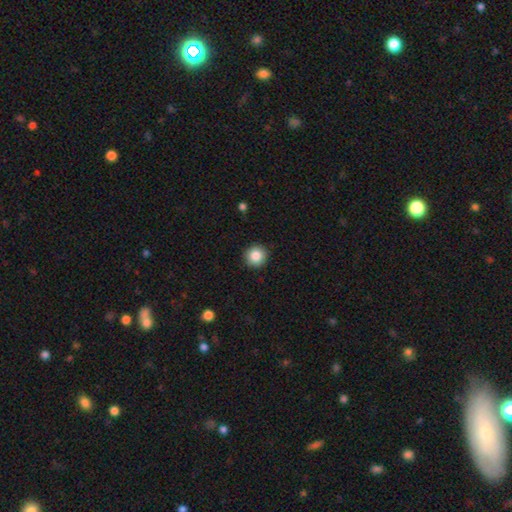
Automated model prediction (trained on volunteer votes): Smooth or featured?
  - smooth: 86% *
  - star or artifact: 9%
  - featured or disk: 5%
How rounded?
  - round: 94% *
  - in between: 6%
  - cigar-shaped: 1%
Merging?
  - none: 92% *
  - minor disturbance: 6%
  - major disturbance: 2%
  - merger: 1%